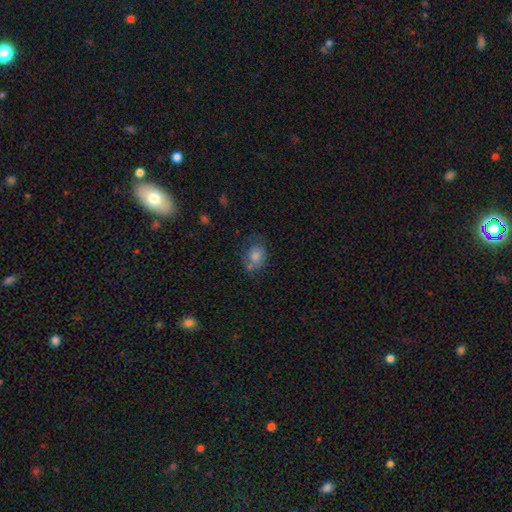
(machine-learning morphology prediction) This appears to be a smooth galaxy with no disk features (73%) that is round (58%). Merging: none (54%).